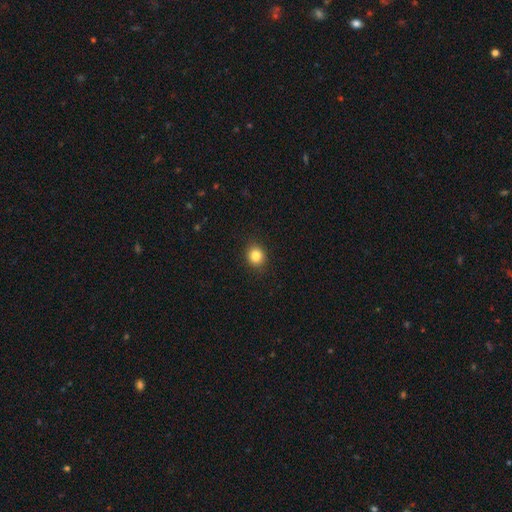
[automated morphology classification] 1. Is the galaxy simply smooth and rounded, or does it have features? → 83% smooth, 11% star or artifact, 6% featured or disk.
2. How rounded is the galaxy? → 77% round, 22% in between, 1% cigar-shaped.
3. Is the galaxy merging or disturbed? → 90% none, 7% minor disturbance, 2% major disturbance, 1% merger.